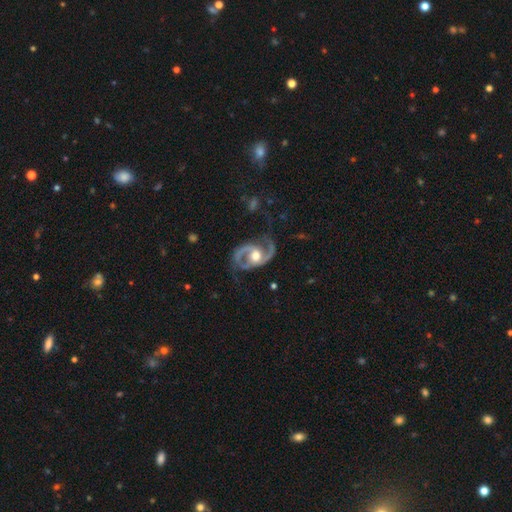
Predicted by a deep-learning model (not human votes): featured or disk 92%, smooth 4%, star or artifact 4%. Down the decision tree: edge-on disk — no (98%); bar — no (57%); spiral arms — yes (97%); spiral arm count — 2 (93%); spiral winding — medium (58%); bulge size — moderate (73%); merging — none (67%).